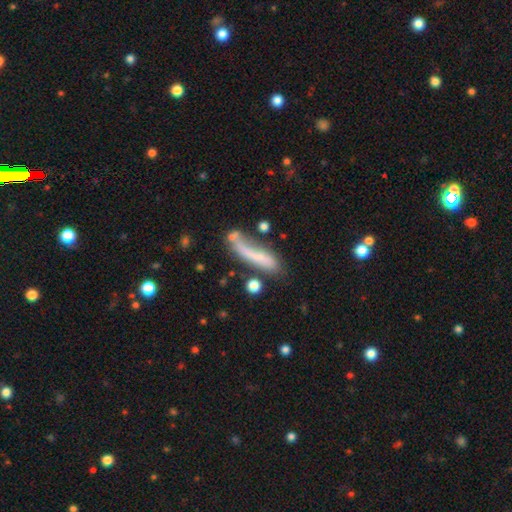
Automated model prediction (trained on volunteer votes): A smooth galaxy with no disk features (57%) that is cigar-shaped (76%). Merging: none (39%).